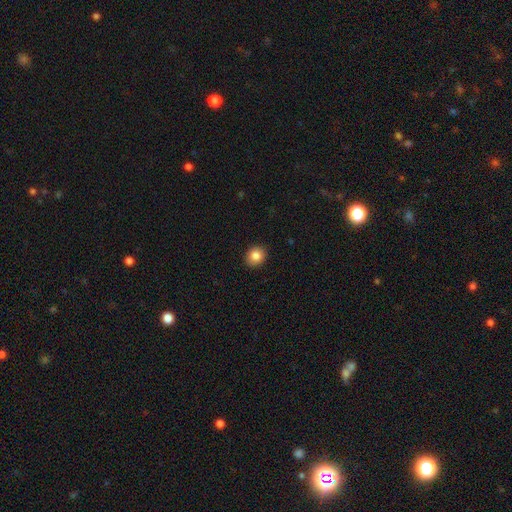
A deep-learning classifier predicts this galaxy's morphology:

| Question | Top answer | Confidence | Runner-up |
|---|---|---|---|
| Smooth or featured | smooth | 85% | star or artifact (9%) |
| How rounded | round | 73% | in between (26%) |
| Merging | none | 91% | minor disturbance (7%) |